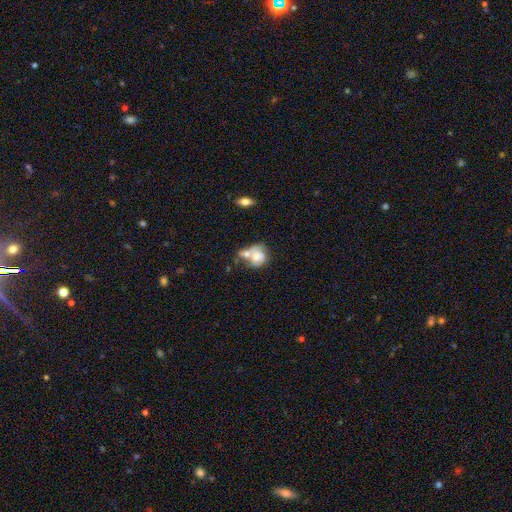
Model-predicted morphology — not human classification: This appears to be a smooth galaxy with no disk features (56%) that is round (57%). Merging: merger (57%).